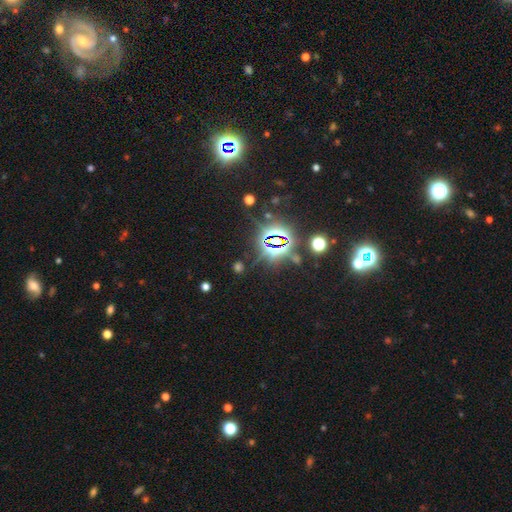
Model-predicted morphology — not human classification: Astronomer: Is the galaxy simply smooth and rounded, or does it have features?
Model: star or artifact — 79%.